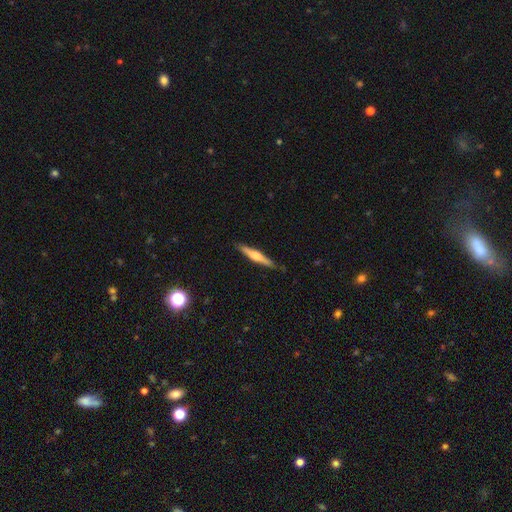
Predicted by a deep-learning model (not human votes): smooth-or-featured: featured or disk: 58% | smooth: 36% | star or artifact: 6%
  disk-edge-on: yes: 97% | no: 3%
    edge-on-bulge: rounded: 74% | boxy: 17% | none: 9%
  merging: none: 87% | minor disturbance: 10% | major disturbance: 2% | merger: 1%